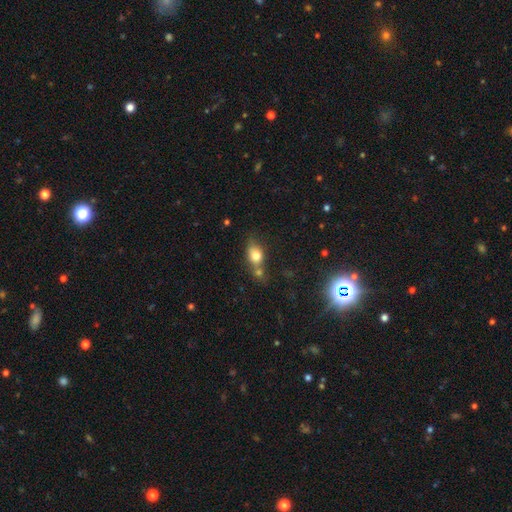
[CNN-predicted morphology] Smooth or featured? smooth (76%)
How rounded? in between (57%)
Merging? none (39%)